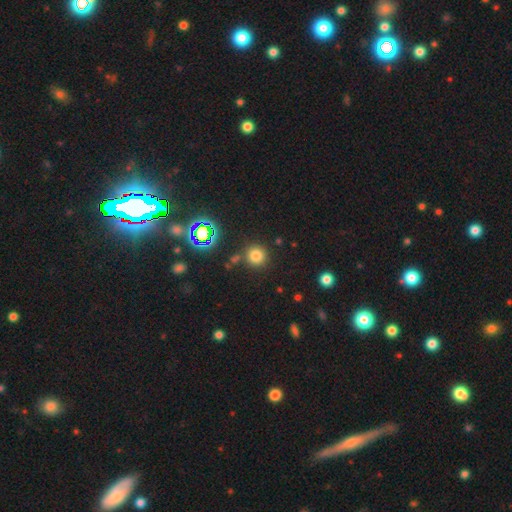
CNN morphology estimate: smooth_or_featured: smooth (p=0.73) [alt: star or artifact p=0.21]
how_rounded: round (p=0.94) [alt: in between p=0.05]
merging: none (p=0.83) [alt: minor disturbance p=0.08]